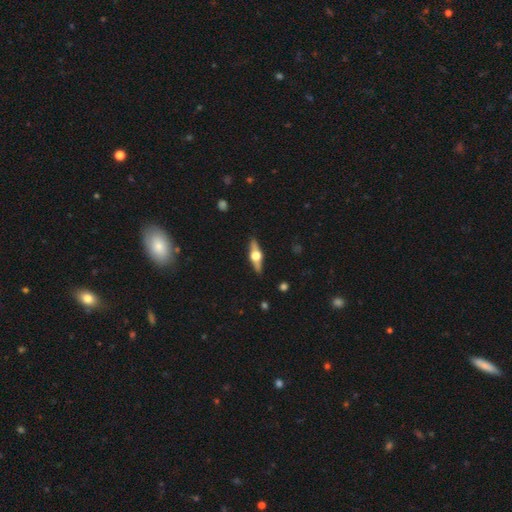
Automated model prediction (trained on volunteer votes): Overall: featured or disk (74%). Edge-on disk: yes (96%). Edge-on bulge: rounded (95%). Merging: none (89%).